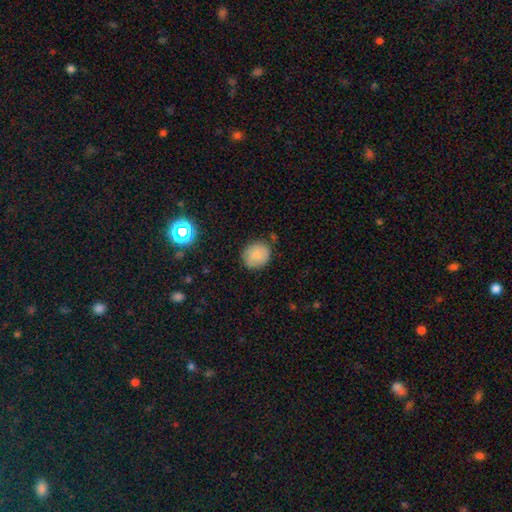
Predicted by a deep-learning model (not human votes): A smooth galaxy with no disk features (82%) that is round (81%). Merging: none (79%).